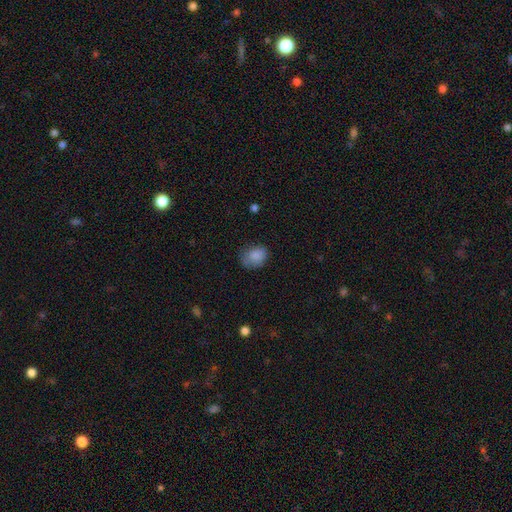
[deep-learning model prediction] Morphology: type=smooth (85%); roundness=in between (59%); merging=none (64%).